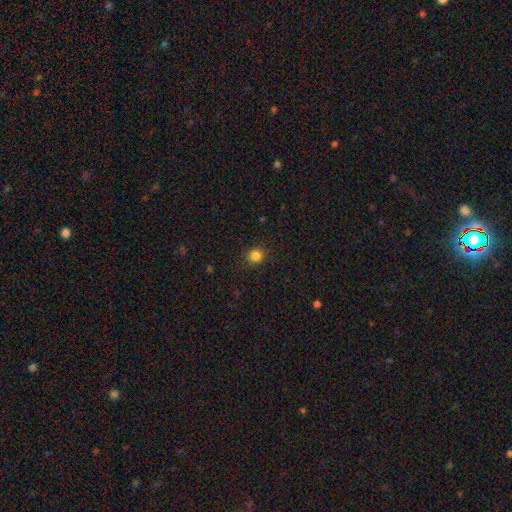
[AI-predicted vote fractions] The model was most divided on "smooth or featured": smooth: 84%, star or artifact: 12%, featured or disk: 4%. More confident: merging — none (90%); how rounded — round (89%).